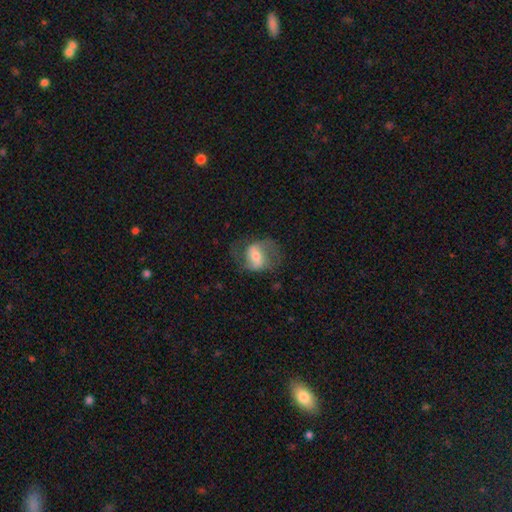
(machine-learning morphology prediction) smooth_or_featured: featured or disk (p=0.62) [alt: smooth p=0.30]
disk_edge_on: no (p=0.96) [alt: yes p=0.04]
bar: weak (p=0.40) [alt: strong p=0.35]
has_spiral_arms: yes (p=0.83) [alt: no p=0.17]
bulge_size: moderate (p=0.51) [alt: small p=0.34]
merging: none (p=0.60) [alt: minor disturbance p=0.20]